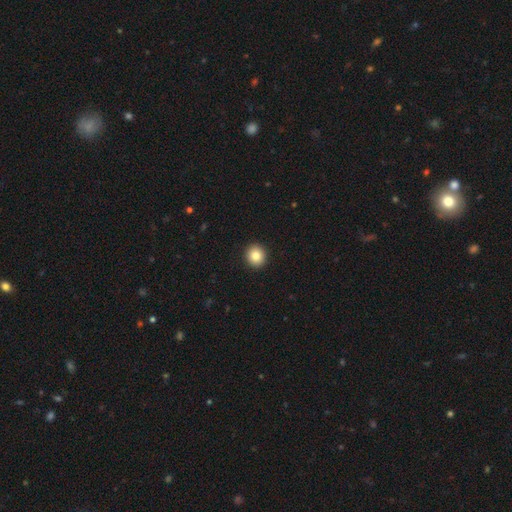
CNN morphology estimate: Overall: smooth (83%). How rounded: round (88%). Merging: none (93%).